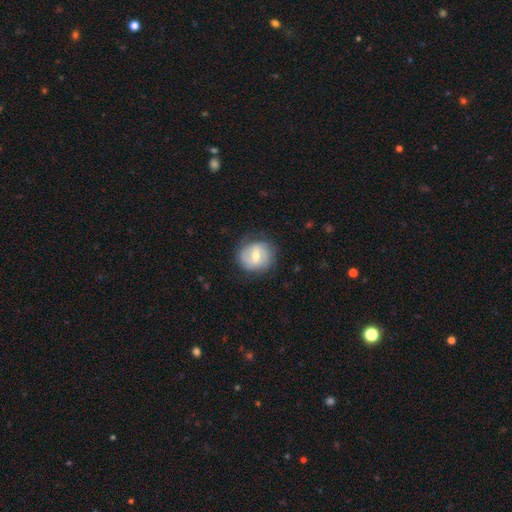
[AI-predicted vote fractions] The model was most divided on "smooth or featured": featured or disk: 52%, smooth: 41%, star or artifact: 7%. More confident: edge-on disk — no (97%); merging — none (76%); spiral arms — yes (69%); bulge size — moderate (67%); bar — weak (52%).